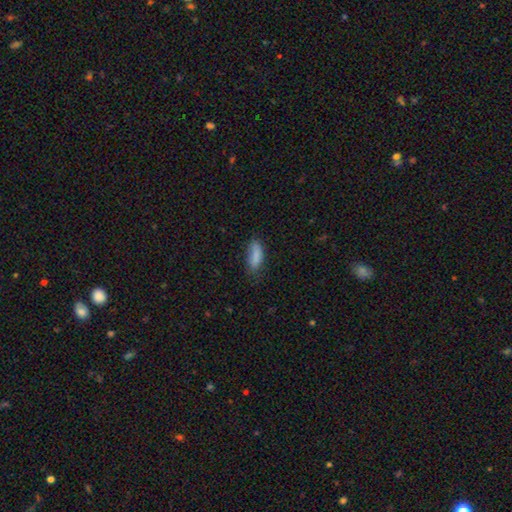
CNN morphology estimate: smooth-or-featured: smooth: 85% | star or artifact: 8% | featured or disk: 7%
  how-rounded: in between: 72% | cigar-shaped: 26% | round: 2%
  merging: none: 64% | minor disturbance: 27% | major disturbance: 7% | merger: 2%